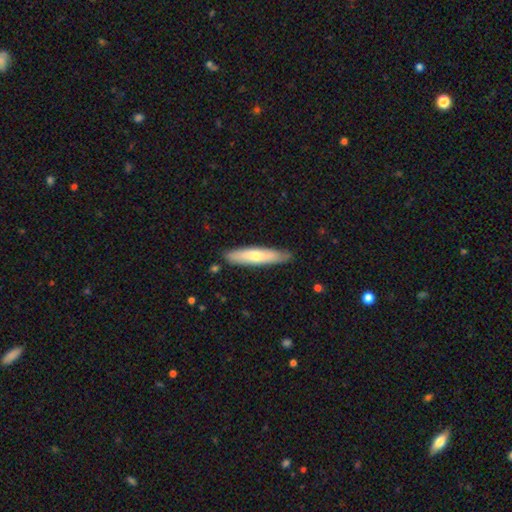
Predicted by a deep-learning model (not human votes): A smooth galaxy with no disk features (63%) that is cigar-shaped (82%).

Vote fractions:
- Smooth or featured? smooth: 63% / featured or disk: 32% / star or artifact: 5%
- How rounded? cigar-shaped: 82% / in between: 16% / round: 1%
- Merging? none: 85% / minor disturbance: 11% / major disturbance: 2% / merger: 2%